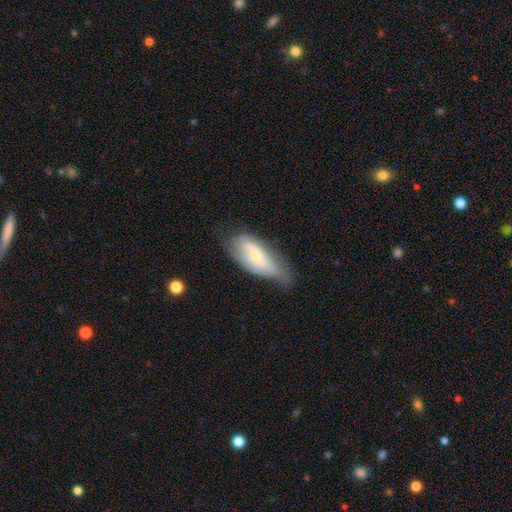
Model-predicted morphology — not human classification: Smooth or featured? Predicted: featured or disk (p=0.53). Edge-on disk? Predicted: no (p=0.86). Merging? Predicted: none (p=0.50).